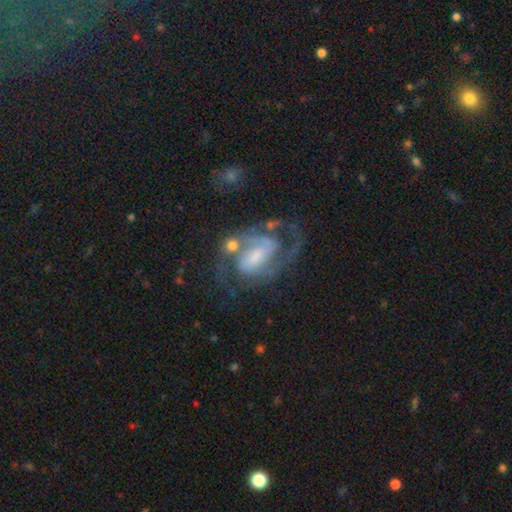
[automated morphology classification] smooth_or_featured: featured or disk (p=0.86) [alt: smooth p=0.08]
disk_edge_on: no (p=0.97) [alt: yes p=0.03]
bar: weak (p=0.46) [alt: strong p=0.28]
has_spiral_arms: yes (p=0.95) [alt: no p=0.05]
spiral_winding: medium (p=0.53) [alt: tight p=0.33]
spiral_arm_count: 2 (p=0.75) [alt: can't tell p=0.09]
bulge_size: small (p=0.41) [alt: moderate p=0.31]
merging: none (p=0.56) [alt: minor disturbance p=0.18]